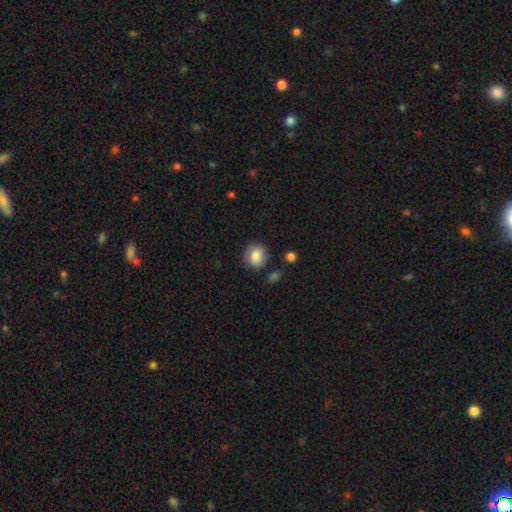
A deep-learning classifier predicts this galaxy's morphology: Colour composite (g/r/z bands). It shows a smooth galaxy with no disk features (85%) that is round (88%). Merging: none (85%).